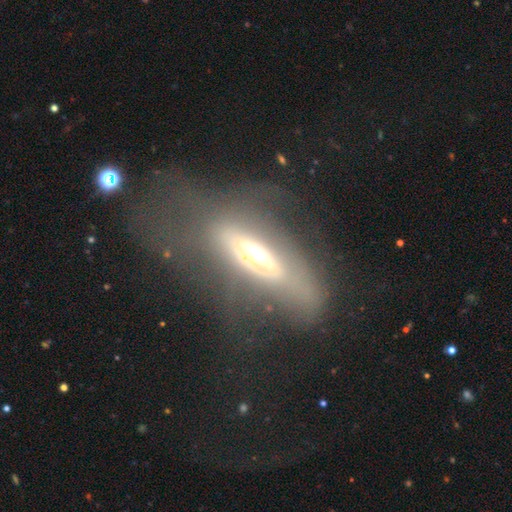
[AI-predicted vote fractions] A featured or disk galaxy (57%). Merging: major disturbance (49%).